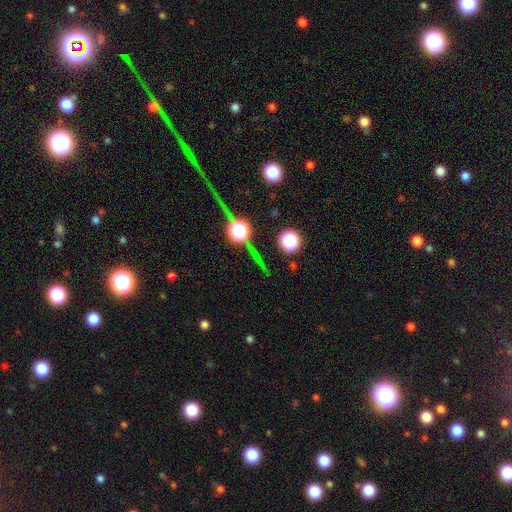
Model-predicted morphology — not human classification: type=star or artifact (52%).